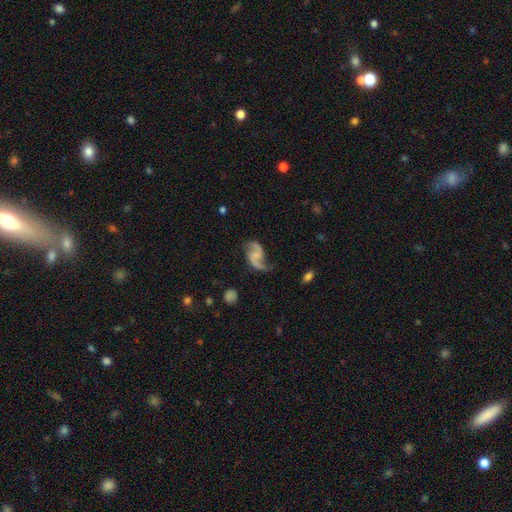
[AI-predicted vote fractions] A featured or disk galaxy (89%) with no bar (50%), 2 (93%) loose (69%) spiral arms (97%) and no central bulge (61%). Merging: none (72%).